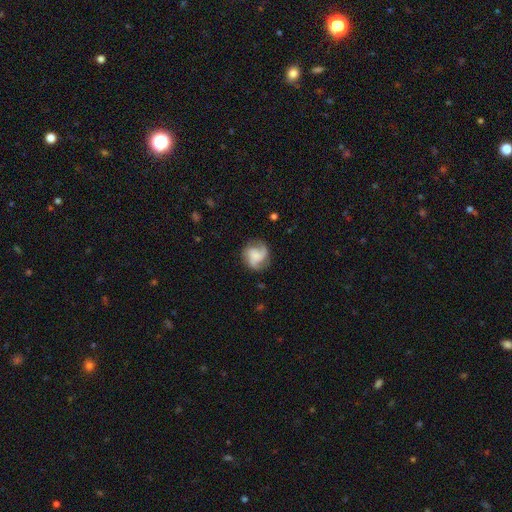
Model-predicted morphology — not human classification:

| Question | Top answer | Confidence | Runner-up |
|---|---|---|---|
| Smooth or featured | featured or disk | 67% | smooth (25%) |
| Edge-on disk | no | 98% | yes (2%) |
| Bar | no | 66% | weak (29%) |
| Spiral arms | yes | 94% | no (6%) |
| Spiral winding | medium | 47% | loose (29%) |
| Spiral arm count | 3 | 54% | 2 (21%) |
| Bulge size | none | 32% | small (28%) |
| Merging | none | 71% | minor disturbance (17%) |